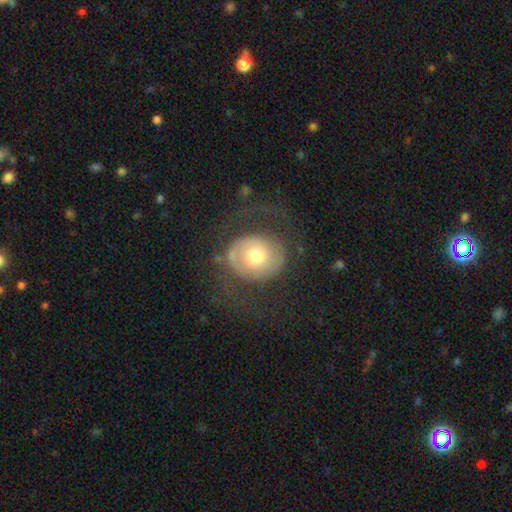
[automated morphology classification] A featured or disk galaxy (57%) with no bar (76%), spiral arms (65%) and a moderate central bulge (67%).

Vote fractions:
- Smooth or featured? featured or disk: 57% / smooth: 36% / star or artifact: 7%
- Edge-on disk? no: 96% / yes: 4%
- Bar? no: 76% / weak: 18% / strong: 5%
- Spiral arms? yes: 65% / no: 35%
- Bulge size? moderate: 67% / small: 19% / large: 11% / dominant: 2% / none: 1%
- Merging? none: 58% / major disturbance: 25% / minor disturbance: 15% / merger: 2%